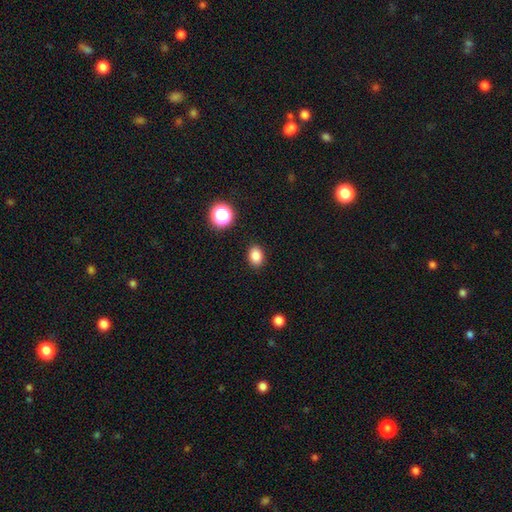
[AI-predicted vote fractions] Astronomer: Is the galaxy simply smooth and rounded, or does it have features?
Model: smooth — 84%.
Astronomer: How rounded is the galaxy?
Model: in between — 69%.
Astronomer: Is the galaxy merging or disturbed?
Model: none — 89%.